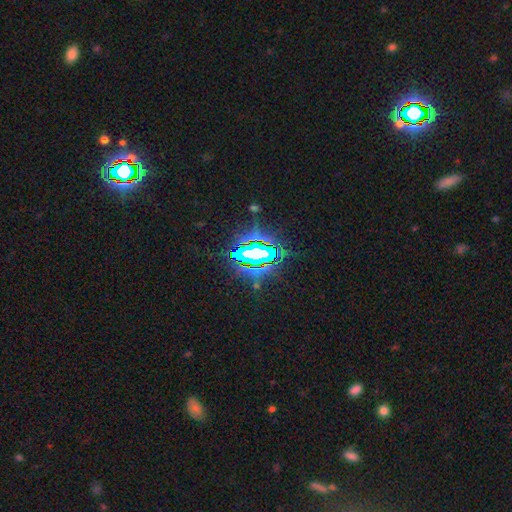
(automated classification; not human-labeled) Smooth or featured? Predicted: star or artifact (p=0.76).